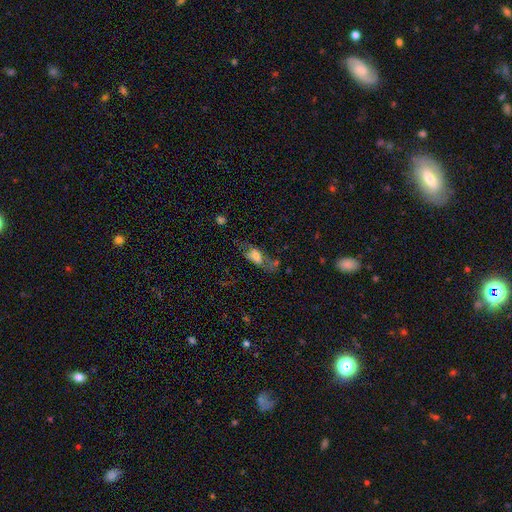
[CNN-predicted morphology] smooth-or-featured: smooth: 55% | featured or disk: 34% | star or artifact: 11%
  how-rounded: in between: 76% | cigar-shaped: 17% | round: 7%
  merging: none: 43% | major disturbance: 26% | minor disturbance: 24% | merger: 8%